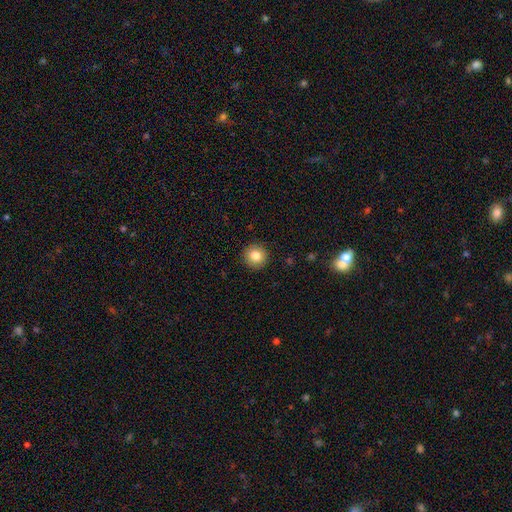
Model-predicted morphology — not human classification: This is clearly a smooth galaxy (83%). How rounded: clearly round (94%). Merging: clearly none (92%).